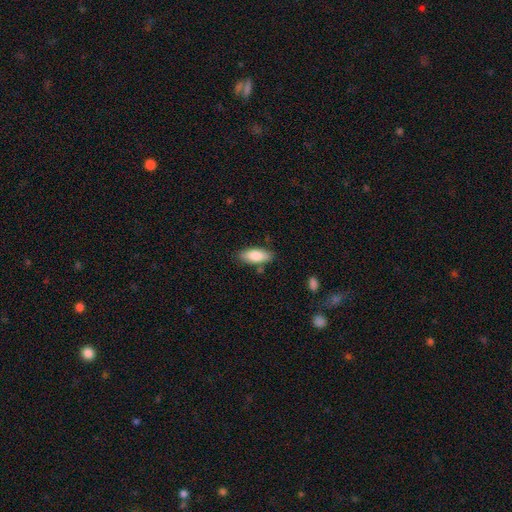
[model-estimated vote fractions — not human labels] Smooth or featured: smooth — 84% (featured or disk — 10%)
How rounded: in between — 82% (cigar-shaped — 16%)
Merging: none — 82% (minor disturbance — 13%)